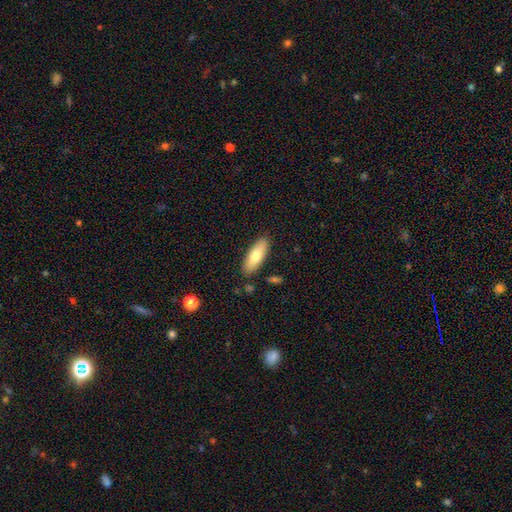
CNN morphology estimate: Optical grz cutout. It shows a smooth galaxy with no disk features (72%) that is in between round and cigar-shaped (65%). Merging: none (86%).